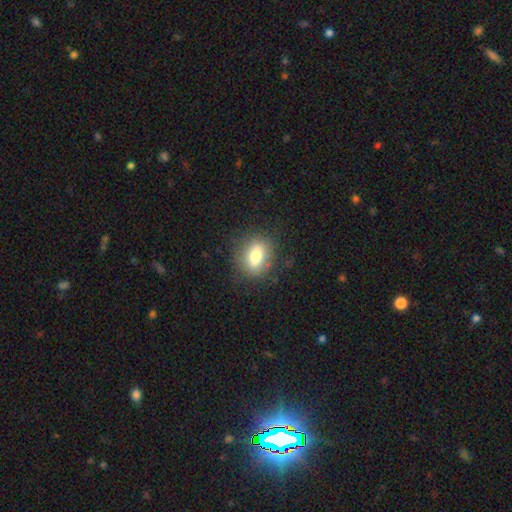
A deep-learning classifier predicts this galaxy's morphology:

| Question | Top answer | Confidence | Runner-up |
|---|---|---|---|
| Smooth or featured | smooth | 72% | featured or disk (19%) |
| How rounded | in between | 62% | round (34%) |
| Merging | none | 81% | minor disturbance (13%) |